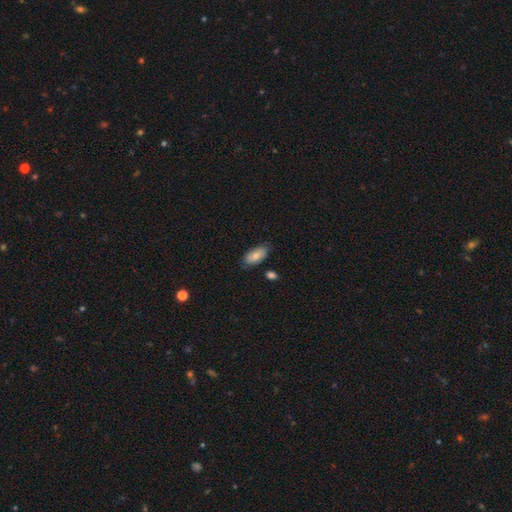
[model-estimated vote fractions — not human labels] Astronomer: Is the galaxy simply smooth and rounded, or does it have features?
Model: smooth — 81%.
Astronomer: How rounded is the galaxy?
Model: in between — 90%.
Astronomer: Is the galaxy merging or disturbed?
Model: none — 78%.